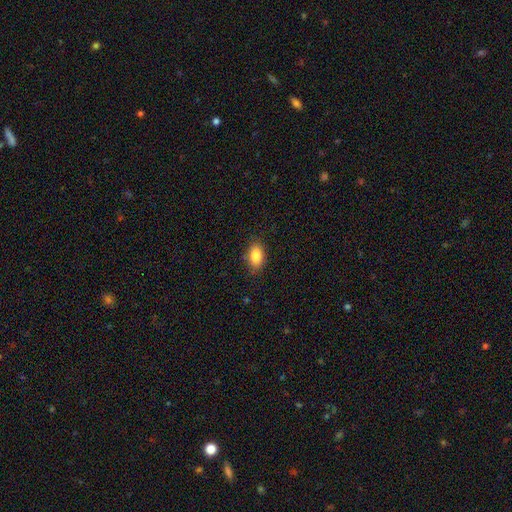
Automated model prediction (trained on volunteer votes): Morphology: type=smooth (86%); roundness=in between (89%); merging=none (82%).